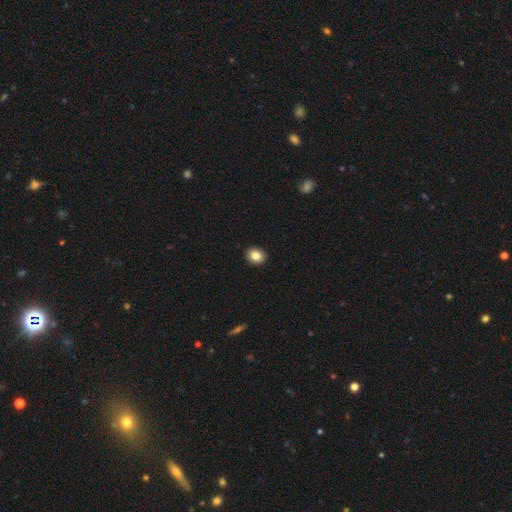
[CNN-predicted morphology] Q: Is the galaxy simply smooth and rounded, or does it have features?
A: smooth — 84%.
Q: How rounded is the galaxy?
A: round — 52%.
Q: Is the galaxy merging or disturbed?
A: none — 92%.